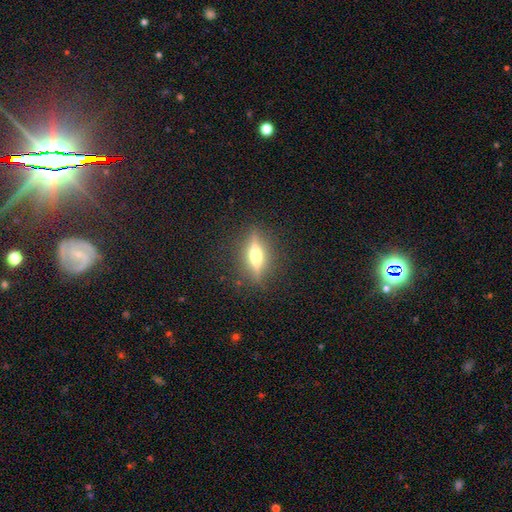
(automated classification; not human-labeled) featured or disk 69%, smooth 23%, star or artifact 8%. Down the decision tree: edge-on disk — yes (93%); edge-on bulge — rounded (91%); merging — none (87%).